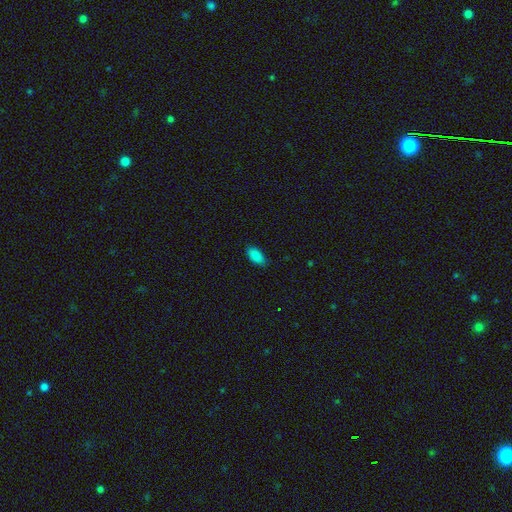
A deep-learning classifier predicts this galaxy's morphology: Smooth or featured? smooth (88%)
How rounded? in between (91%)
Merging? none (85%)